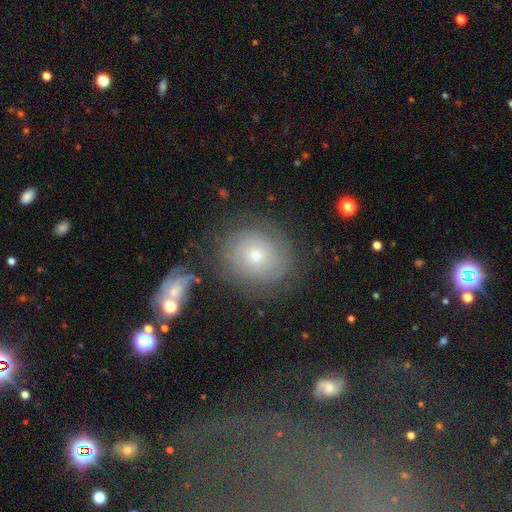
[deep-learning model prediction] This appears to be a smooth galaxy with no disk features (45%). Merging: none (75%).